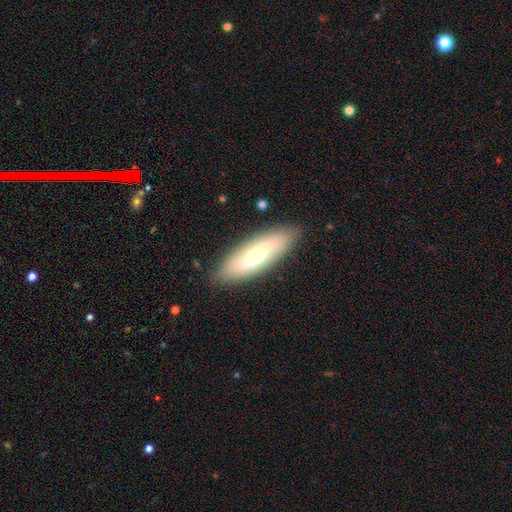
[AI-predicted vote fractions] Smooth or featured: smooth — 54% (featured or disk — 39%)
How rounded: in between — 54% (cigar-shaped — 44%)
Merging: none — 87% (minor disturbance — 10%)